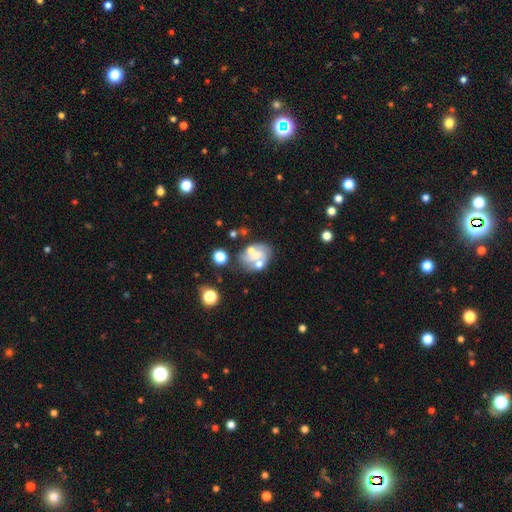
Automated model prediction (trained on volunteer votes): smooth-or-featured: featured or disk: 53% | smooth: 35% | star or artifact: 12%
  disk-edge-on: no: 97% | yes: 3%
    bar: no: 77% | weak: 18% | strong: 5%
    has-spiral-arms: no: 60% | yes: 40%
    bulge-size: small: 42% | moderate: 38% | none: 14% | large: 4% | dominant: 2%
  merging: none: 41% | merger: 28% | minor disturbance: 18% | major disturbance: 13%